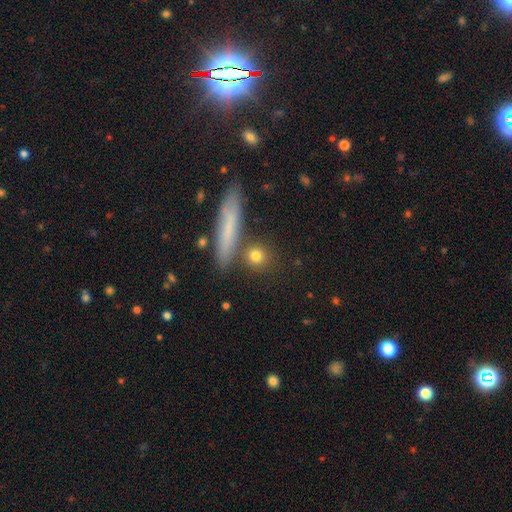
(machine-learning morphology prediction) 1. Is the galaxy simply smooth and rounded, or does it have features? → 77% smooth, 14% featured or disk, 9% star or artifact.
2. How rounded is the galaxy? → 67% round, 20% cigar-shaped, 14% in between.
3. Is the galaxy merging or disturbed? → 80% none, 9% minor disturbance, 8% merger, 3% major disturbance.